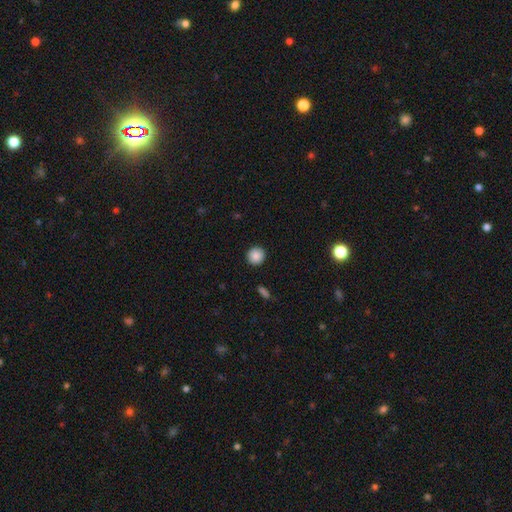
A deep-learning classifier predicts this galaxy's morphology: Smooth or featured? smooth (88%)
How rounded? round (93%)
Merging? none (92%)